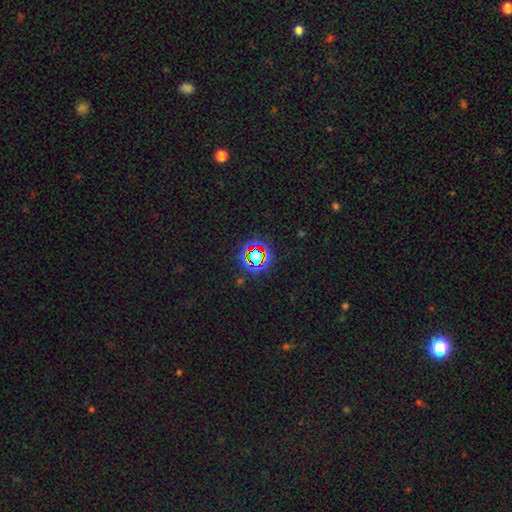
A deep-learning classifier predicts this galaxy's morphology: smooth-or-featured: star or artifact: 71% | smooth: 19% | featured or disk: 10%